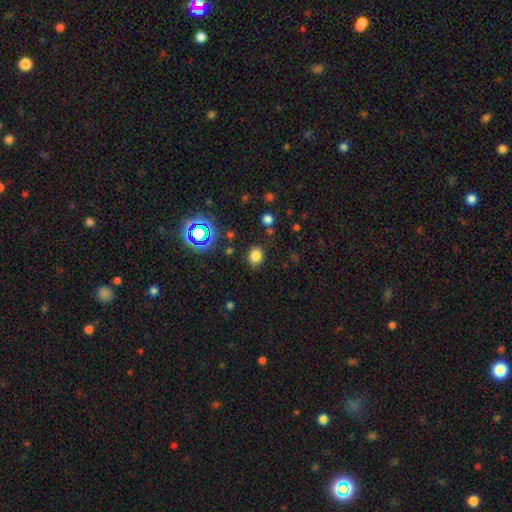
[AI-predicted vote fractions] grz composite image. It shows a smooth galaxy with no disk features (75%) that is round (55%). Merging: none (79%).